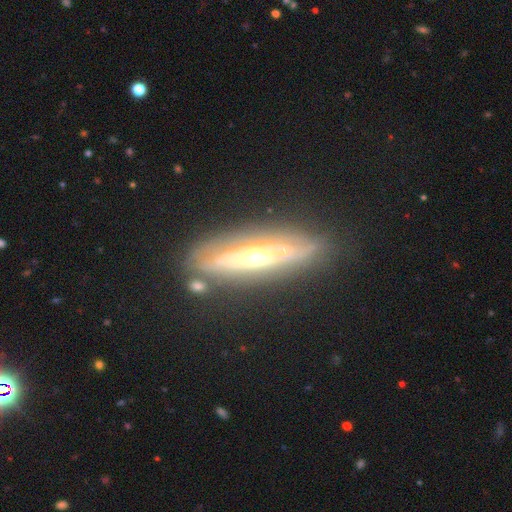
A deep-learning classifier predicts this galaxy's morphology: A featured or disk galaxy (79%) viewed edge-on (59%). Merging: none (77%).